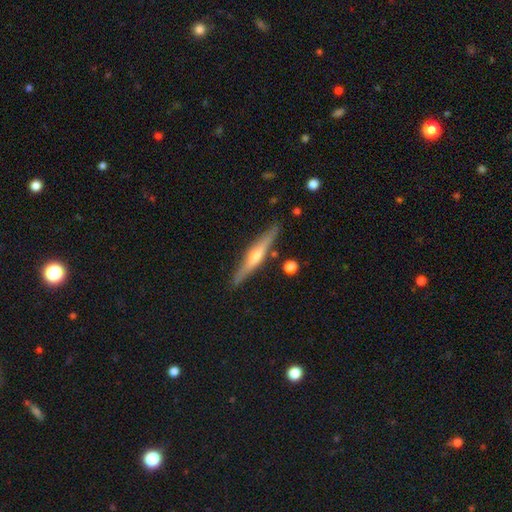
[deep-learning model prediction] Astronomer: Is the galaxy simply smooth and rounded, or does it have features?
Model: featured or disk — 72%.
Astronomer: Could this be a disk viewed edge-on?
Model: yes — 97%.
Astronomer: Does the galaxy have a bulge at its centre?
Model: rounded — 86%.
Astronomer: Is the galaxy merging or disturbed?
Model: none — 88%.